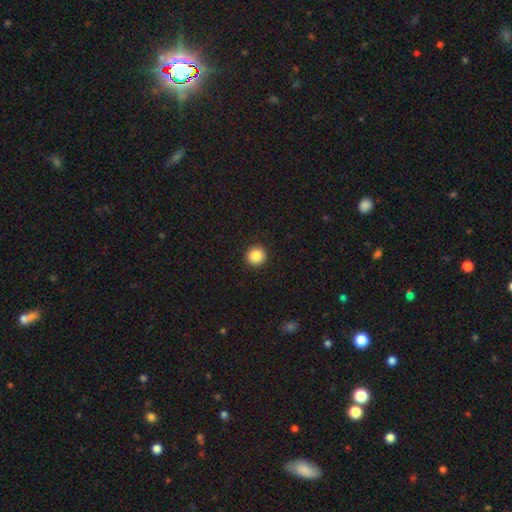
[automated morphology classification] Overall: smooth (87%). How rounded: round (95%). Merging: none (93%).